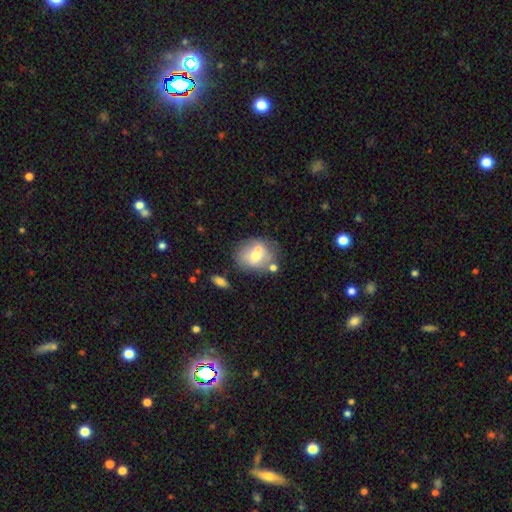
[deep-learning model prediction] smooth 59%, featured or disk 31%, star or artifact 9%. Down the decision tree: how rounded — round (65%); merging — none (48%).